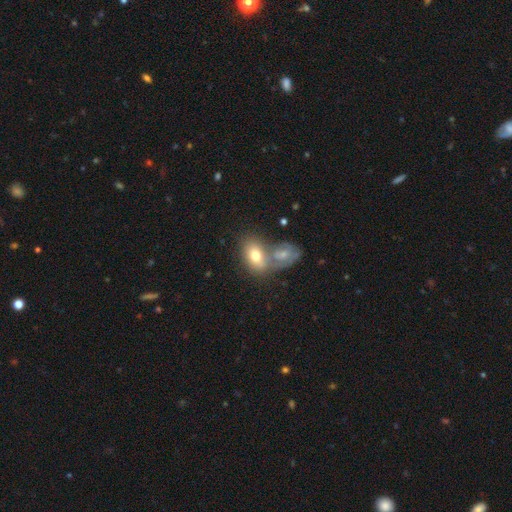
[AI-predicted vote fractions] Overall: smooth (72%). How rounded: in between (86%). Merging: merger (51%; none 34%).